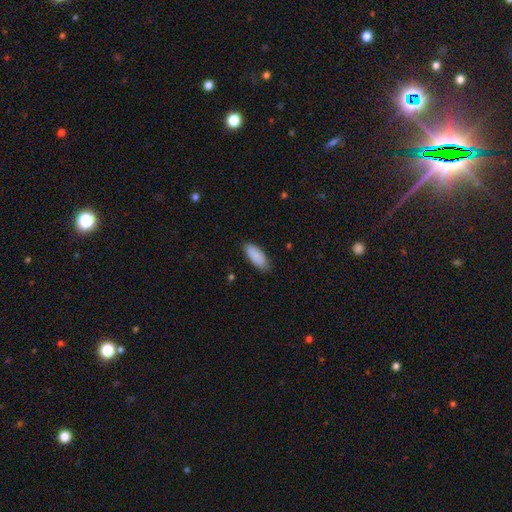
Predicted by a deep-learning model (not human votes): The model was most divided on "how rounded": in between: 81%, cigar-shaped: 18%, round: 2%. More confident: smooth or featured — smooth (89%); merging — none (84%).